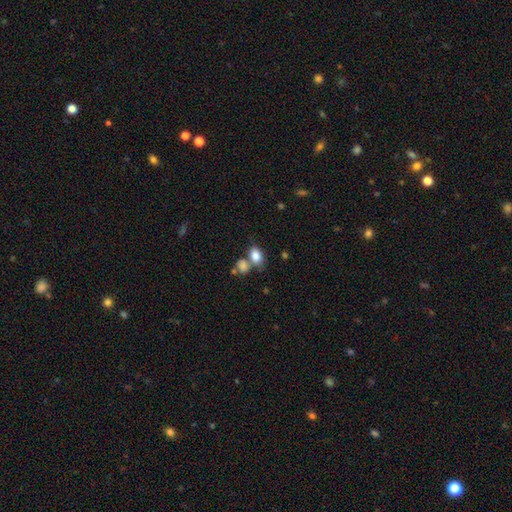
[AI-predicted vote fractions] smooth_or_featured: smooth (p=0.82) [alt: star or artifact p=0.09]
how_rounded: in between (p=0.79) [alt: round p=0.19]
merging: none (p=0.46) [alt: merger p=0.35]